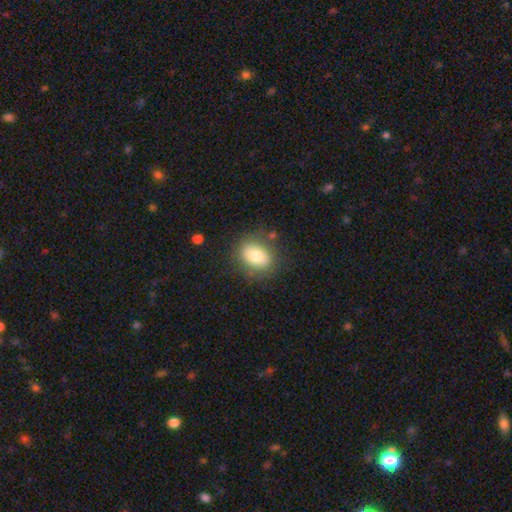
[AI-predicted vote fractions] Smooth or featured? smooth (77%)
How rounded? in between (63%)
Merging? none (79%)